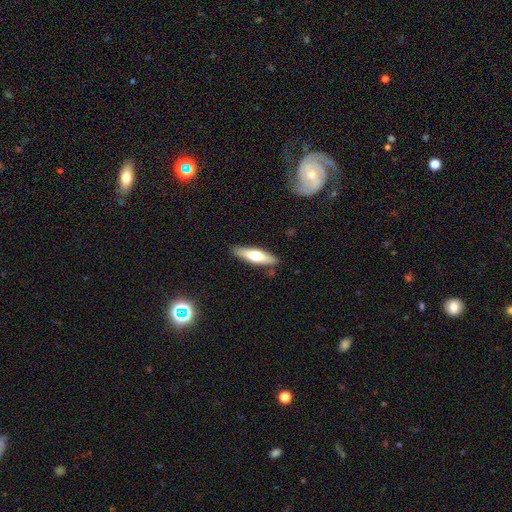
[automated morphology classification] This appears to be a smooth galaxy with no disk features (54%) that is cigar-shaped (63%). Merging: none (86%).